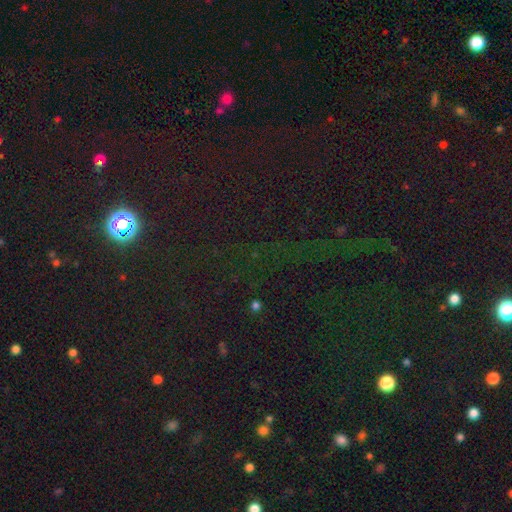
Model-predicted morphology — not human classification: A star or artifact, not a galaxy (77%).

Vote fractions:
- Smooth or featured? star or artifact: 77% / smooth: 15% / featured or disk: 8%